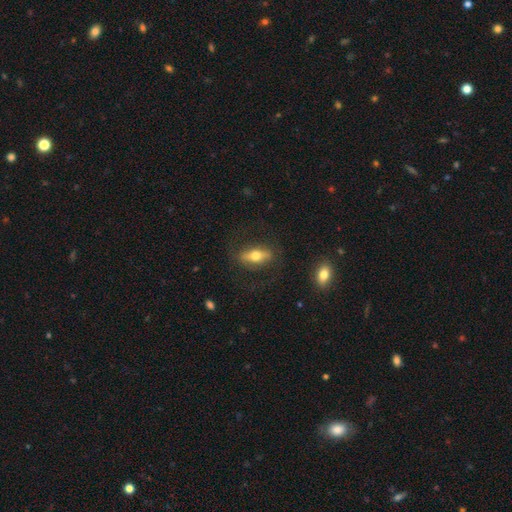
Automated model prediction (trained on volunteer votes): A featured or disk galaxy (48%). Merging: none (78%).